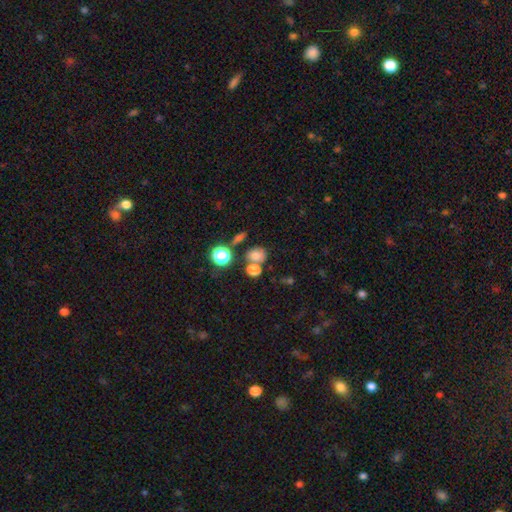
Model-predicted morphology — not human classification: A smooth galaxy with no disk features (69%) that is round (66%).

Vote fractions:
- Smooth or featured? smooth: 69% / star or artifact: 19% / featured or disk: 12%
- How rounded? round: 66% / in between: 32% / cigar-shaped: 1%
- Merging? none: 58% / merger: 24% / minor disturbance: 13% / major disturbance: 5%